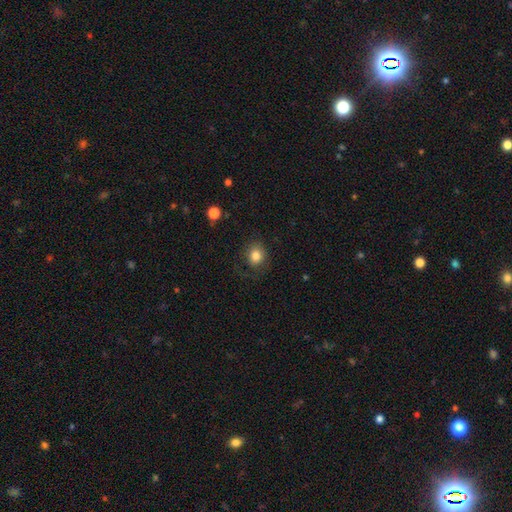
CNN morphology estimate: This appears to be a smooth galaxy with no disk features (82%) that is round (72%). Merging: none (73%).